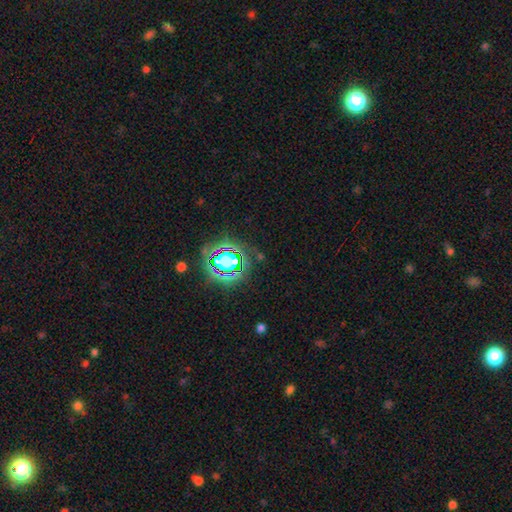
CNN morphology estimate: Smooth or featured: star or artifact — 75% (smooth — 15%)